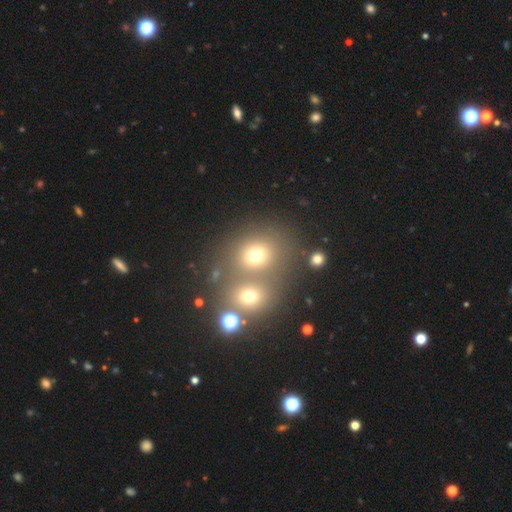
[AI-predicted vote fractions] Q: Smooth or featured?
A: smooth (69%); runner-up: star or artifact (18%)
Q: How rounded?
A: round (75%); runner-up: in between (24%)
Q: Merging?
A: none (46%); runner-up: merger (42%)